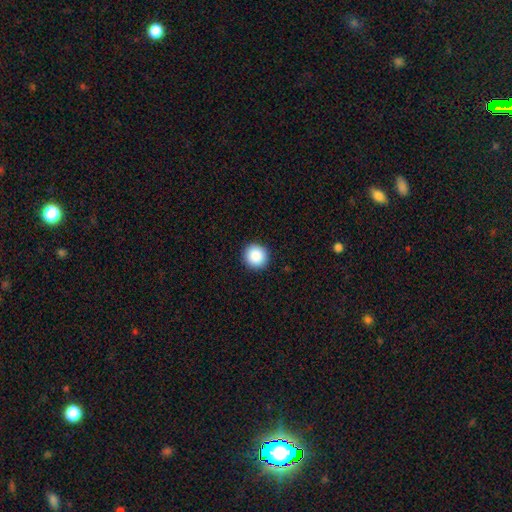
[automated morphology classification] smooth_or_featured: smooth (p=0.89) [alt: star or artifact p=0.08]
how_rounded: round (p=0.93) [alt: in between p=0.06]
merging: none (p=0.93) [alt: minor disturbance p=0.05]